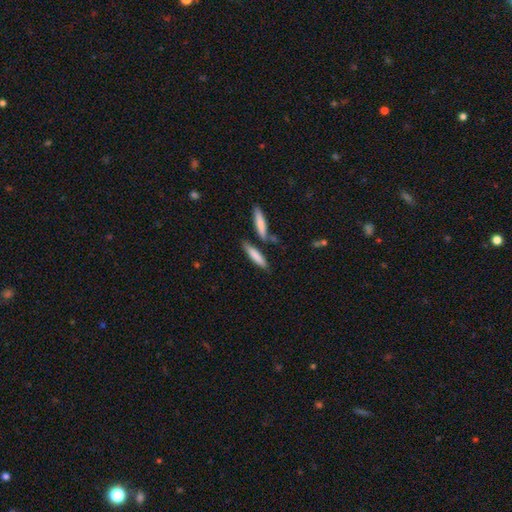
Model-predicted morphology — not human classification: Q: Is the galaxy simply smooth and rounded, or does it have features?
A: smooth — 80%.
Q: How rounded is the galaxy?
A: cigar-shaped — 79%.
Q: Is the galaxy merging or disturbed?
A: none — 73%.